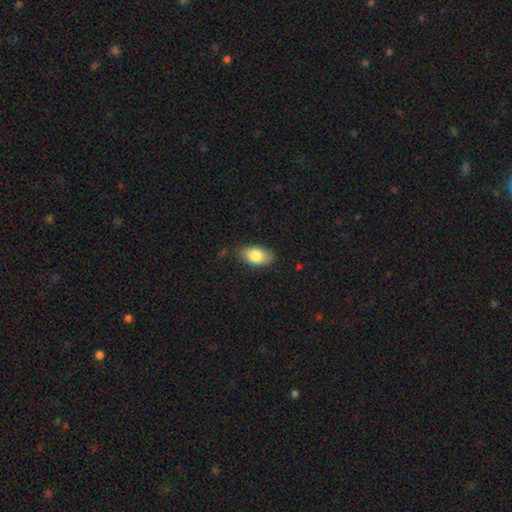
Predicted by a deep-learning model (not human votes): This appears to be a smooth galaxy with no disk features (84%) that is in between round and cigar-shaped (92%). Merging: none (78%).